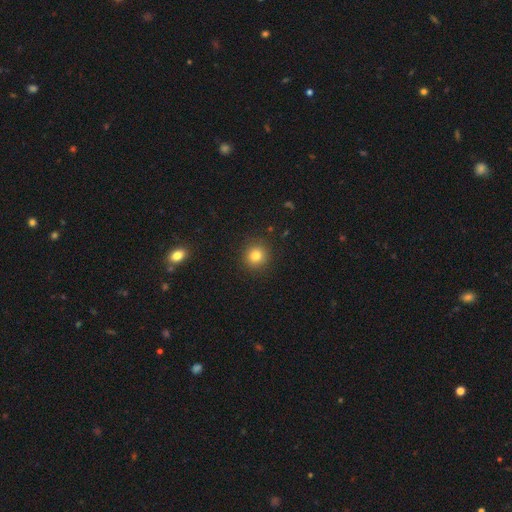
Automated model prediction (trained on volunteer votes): smooth 80%, star or artifact 12%, featured or disk 7%. Down the decision tree: how rounded — round (92%); merging — none (91%).